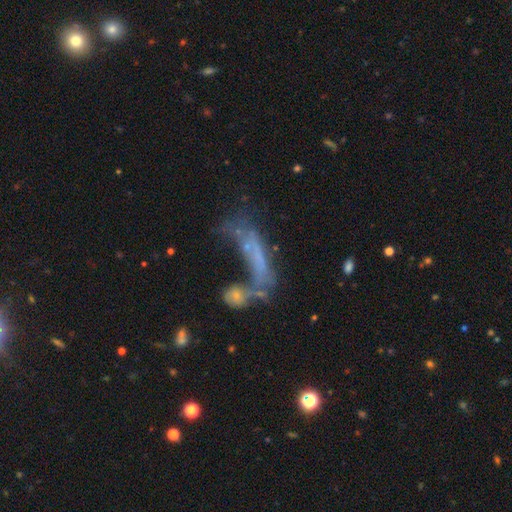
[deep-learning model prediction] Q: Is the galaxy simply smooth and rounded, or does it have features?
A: featured or disk — 42%.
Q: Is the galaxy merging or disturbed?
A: merger — 36%.